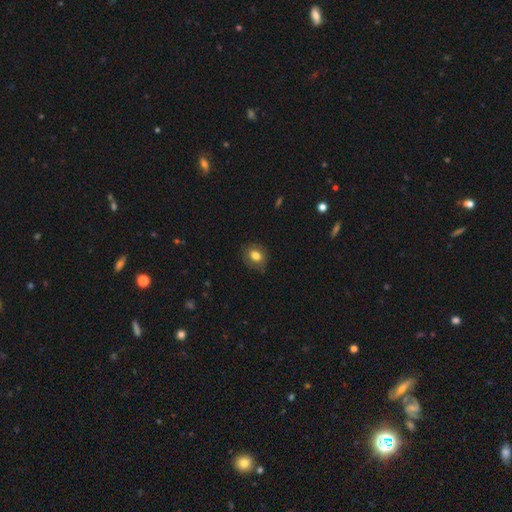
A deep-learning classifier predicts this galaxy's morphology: type=smooth (78%); roundness=round (60%); merging=none (81%).